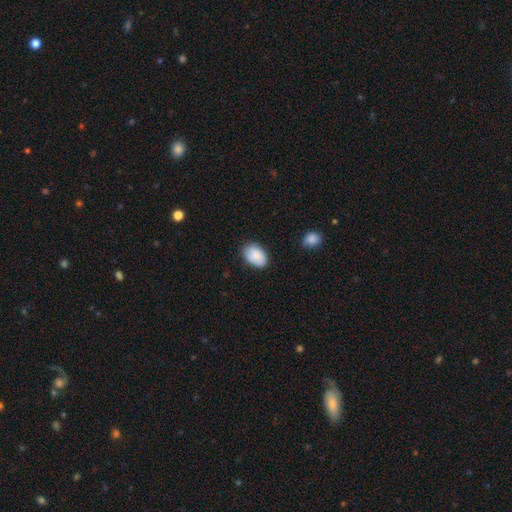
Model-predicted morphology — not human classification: Q: Smooth or featured?
A: smooth (86%); runner-up: featured or disk (7%)
Q: How rounded?
A: in between (88%); runner-up: round (11%)
Q: Merging?
A: none (81%); runner-up: minor disturbance (15%)